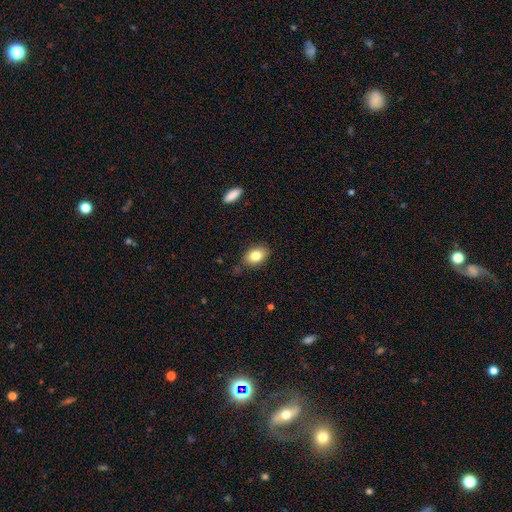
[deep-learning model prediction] This appears to be a smooth galaxy with no disk features (82%) that is in between round and cigar-shaped (83%). Merging: none (76%).